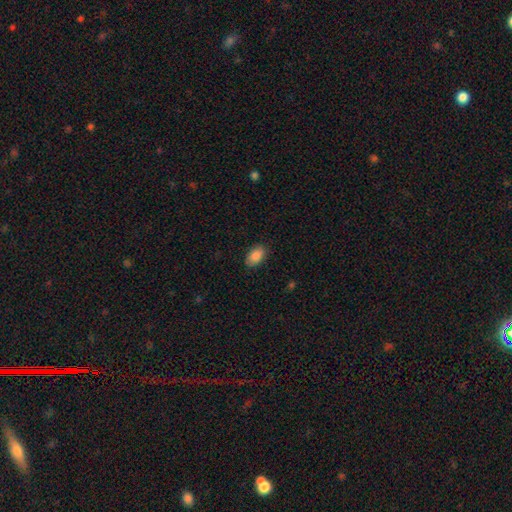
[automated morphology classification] A smooth galaxy with no disk features (88%) that is in between round and cigar-shaped (92%). Merging: none (86%).